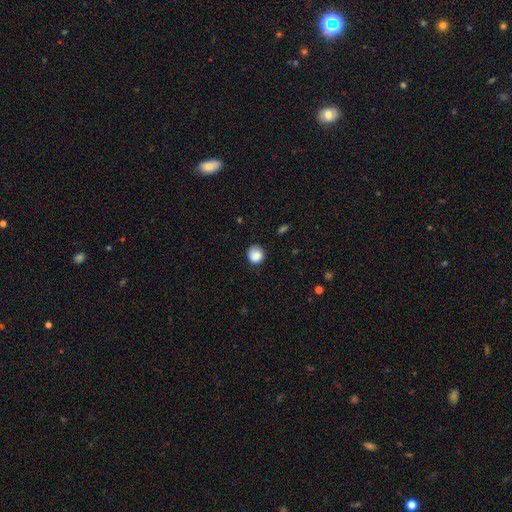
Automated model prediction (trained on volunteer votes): smooth_or_featured: smooth (p=0.85) [alt: star or artifact p=0.09]
how_rounded: round (p=0.85) [alt: in between p=0.14]
merging: none (p=0.77) [alt: minor disturbance p=0.18]